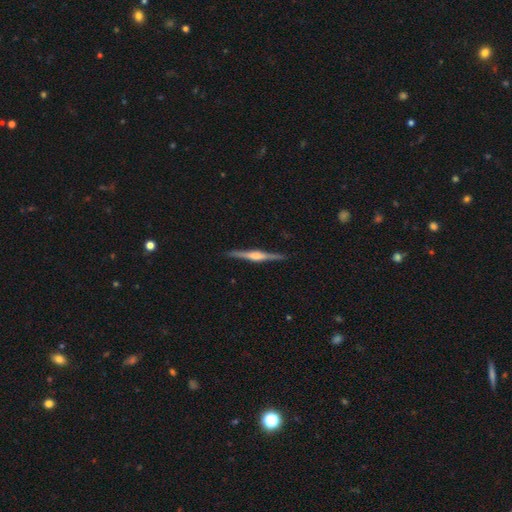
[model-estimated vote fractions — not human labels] Smooth or featured: featured or disk — 80% (smooth — 15%)
Edge-on disk: yes — 98% (no — 2%)
Edge-on bulge: rounded — 70% (boxy — 23%)
Merging: none — 91% (minor disturbance — 7%)